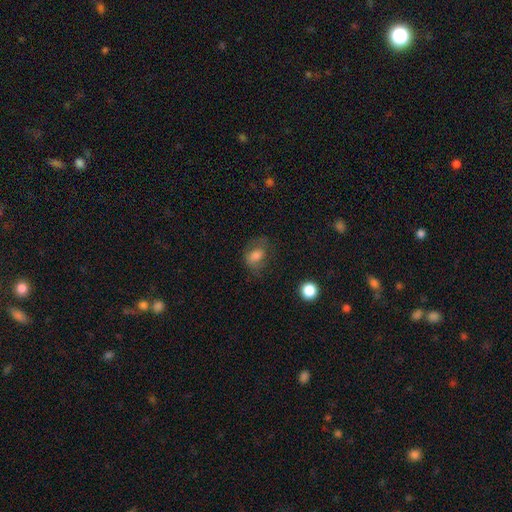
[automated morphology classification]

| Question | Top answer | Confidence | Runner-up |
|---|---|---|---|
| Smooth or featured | smooth | 67% | featured or disk (22%) |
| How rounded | in between | 66% | round (32%) |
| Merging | none | 55% | minor disturbance (24%) |